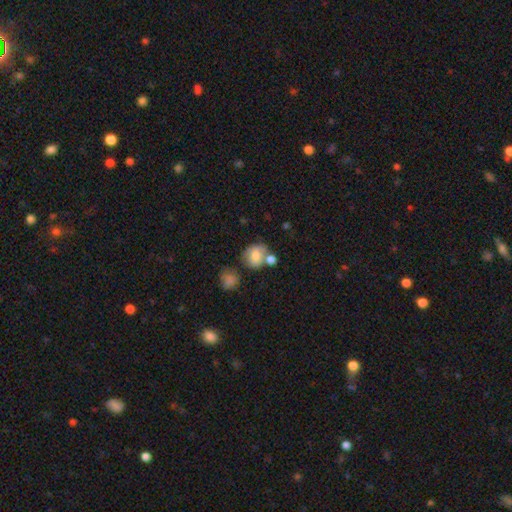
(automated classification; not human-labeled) Smooth or featured?
  - smooth: 75% *
  - featured or disk: 16%
  - star or artifact: 9%
How rounded?
  - round: 66% *
  - in between: 33%
  - cigar-shaped: 1%
Merging?
  - none: 49% *
  - merger: 28%
  - minor disturbance: 17%
  - major disturbance: 6%